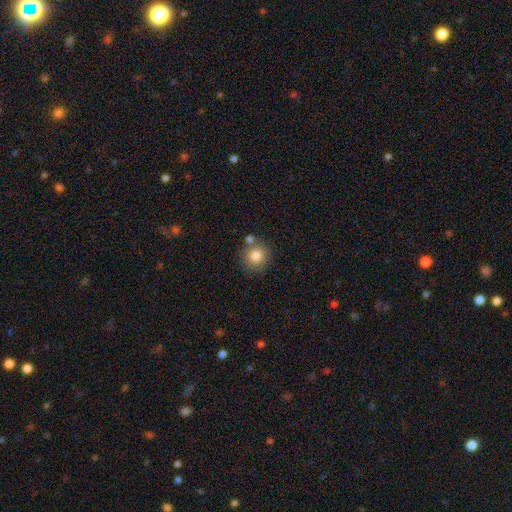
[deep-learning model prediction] A smooth galaxy with no disk features (81%) that is round (93%).

Vote fractions:
- Smooth or featured? smooth: 81% / star or artifact: 11% / featured or disk: 9%
- How rounded? round: 93% / in between: 6% / cigar-shaped: 1%
- Merging? none: 76% / merger: 13% / minor disturbance: 9% / major disturbance: 3%